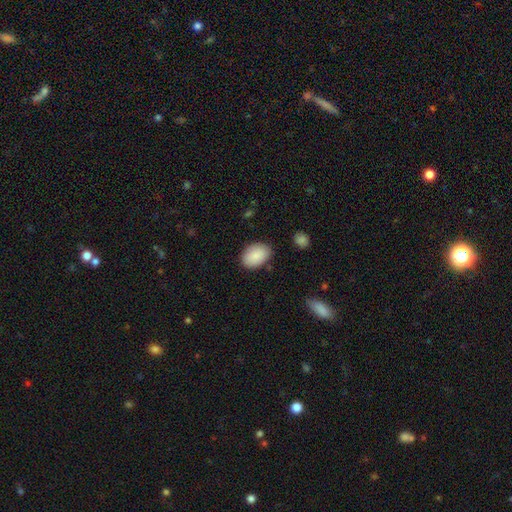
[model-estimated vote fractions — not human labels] Smooth or featured? smooth (88%)
How rounded? in between (88%)
Merging? none (82%)